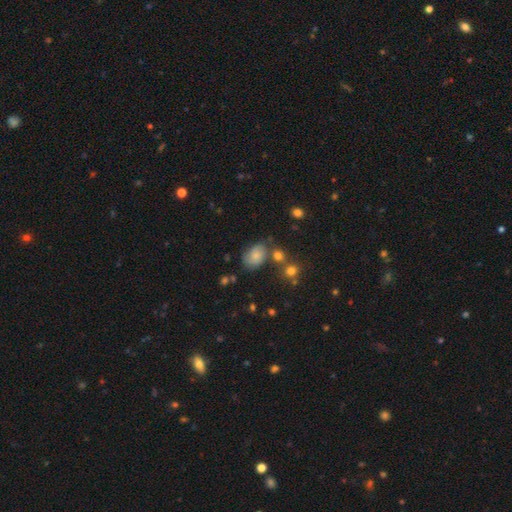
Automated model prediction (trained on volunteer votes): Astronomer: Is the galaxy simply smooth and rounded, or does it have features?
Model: smooth — 74%.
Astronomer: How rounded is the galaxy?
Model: in between — 78%.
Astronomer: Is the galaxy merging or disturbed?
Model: none — 58%.